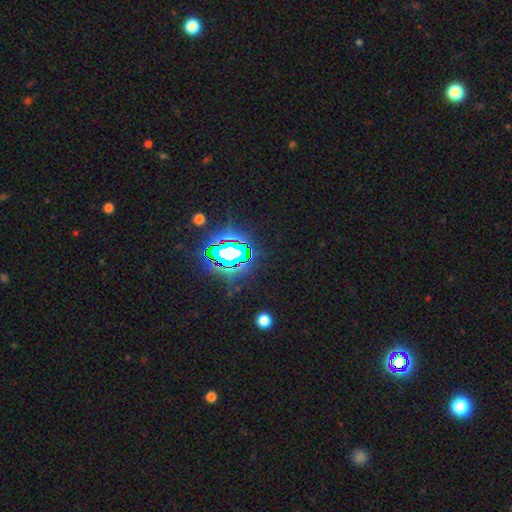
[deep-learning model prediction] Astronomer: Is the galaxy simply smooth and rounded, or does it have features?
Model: star or artifact — 84%.